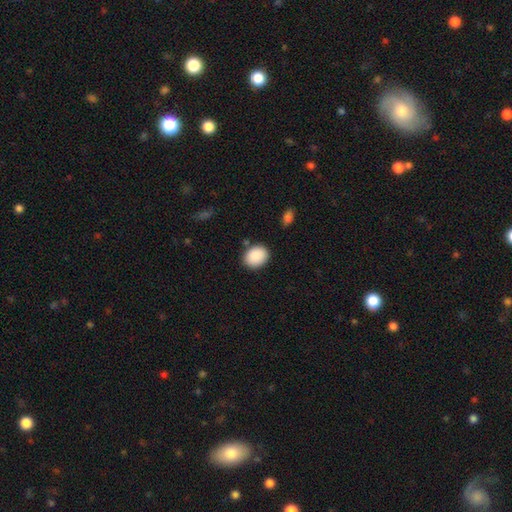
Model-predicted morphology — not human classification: This appears to be a smooth galaxy with no disk features (90%) that is in between round and cigar-shaped (50%). Merging: none (83%).